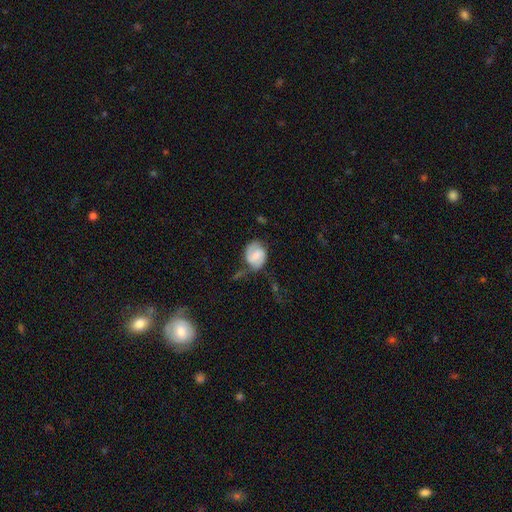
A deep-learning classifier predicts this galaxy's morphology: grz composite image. It shows a featured or disk galaxy (48%). Merging: none (50%).